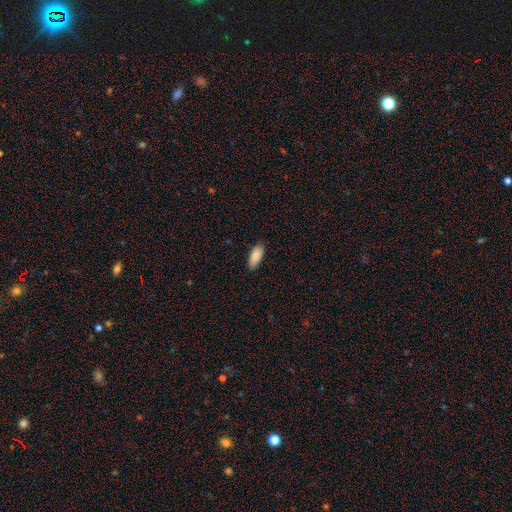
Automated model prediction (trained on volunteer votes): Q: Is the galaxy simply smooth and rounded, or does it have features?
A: smooth — 84%.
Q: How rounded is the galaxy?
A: in between — 84%.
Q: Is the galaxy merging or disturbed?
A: none — 86%.